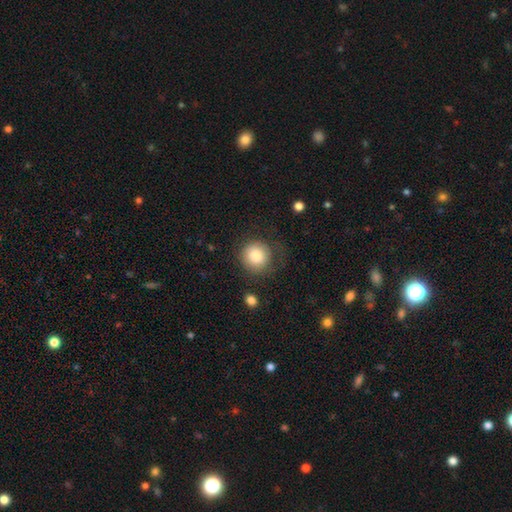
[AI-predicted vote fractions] This appears to be a smooth galaxy with no disk features (83%) that is round (93%). Merging: none (73%).